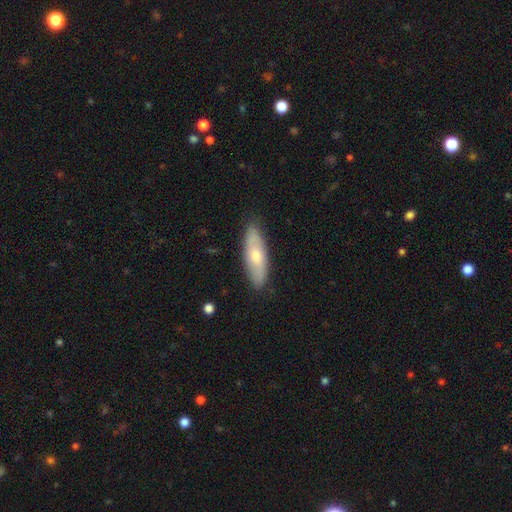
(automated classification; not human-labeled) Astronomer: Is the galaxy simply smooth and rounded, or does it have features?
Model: smooth — 53% (runner-up: featured or disk, 41%).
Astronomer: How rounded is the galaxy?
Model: in between — 55% (runner-up: cigar-shaped, 42%).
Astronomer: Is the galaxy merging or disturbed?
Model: none — 86%.